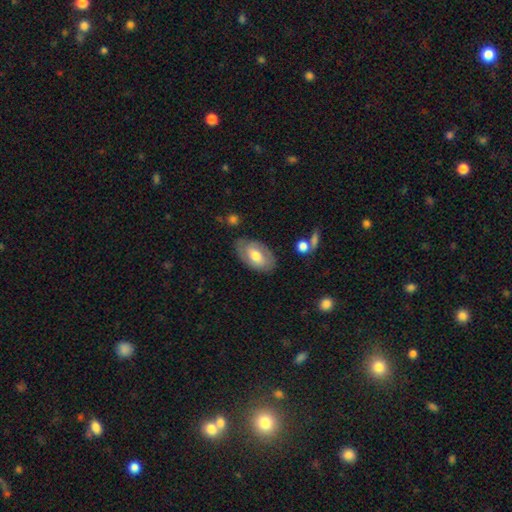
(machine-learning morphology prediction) smooth_or_featured: smooth (p=0.50) [alt: featured or disk p=0.44]
merging: none (p=0.76) [alt: minor disturbance p=0.17]